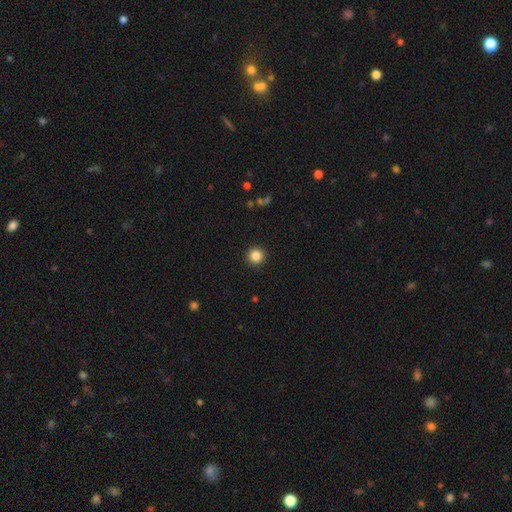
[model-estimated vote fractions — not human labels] This is clearly a smooth galaxy (86%). How rounded: clearly round (96%). Merging: clearly none (93%).